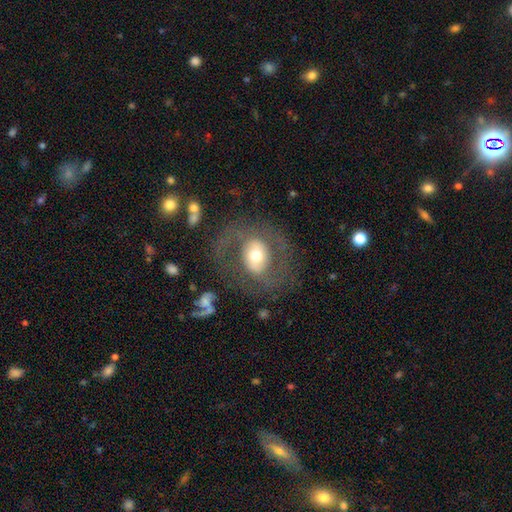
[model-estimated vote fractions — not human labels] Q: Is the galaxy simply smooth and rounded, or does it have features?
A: featured or disk — 58%.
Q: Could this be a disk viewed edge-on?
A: no — 95%.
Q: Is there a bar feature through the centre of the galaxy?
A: no — 56%.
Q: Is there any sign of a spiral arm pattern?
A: yes — 52%.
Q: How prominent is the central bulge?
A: moderate — 65%.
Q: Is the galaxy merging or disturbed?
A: none — 68%.